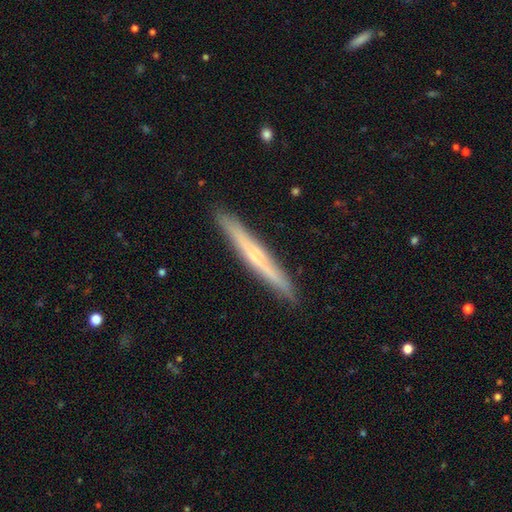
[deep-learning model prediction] Smooth or featured? featured or disk (51%)
Edge-on disk? yes (96%)
Merging? none (91%)